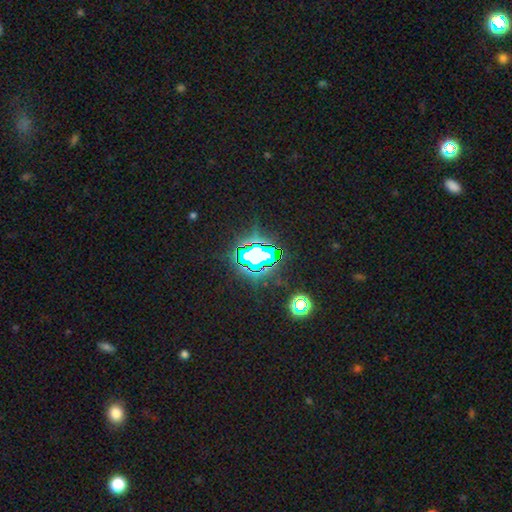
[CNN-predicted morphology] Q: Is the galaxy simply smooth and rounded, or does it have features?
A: star or artifact — 71%.